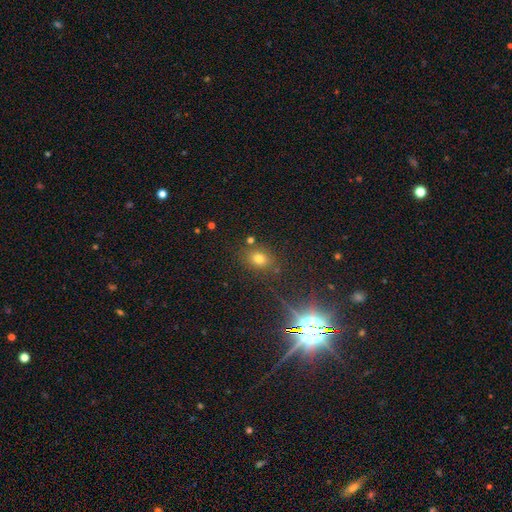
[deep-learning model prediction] Smooth or featured? smooth (57%)
How rounded? round (56%)
Merging? none (82%)